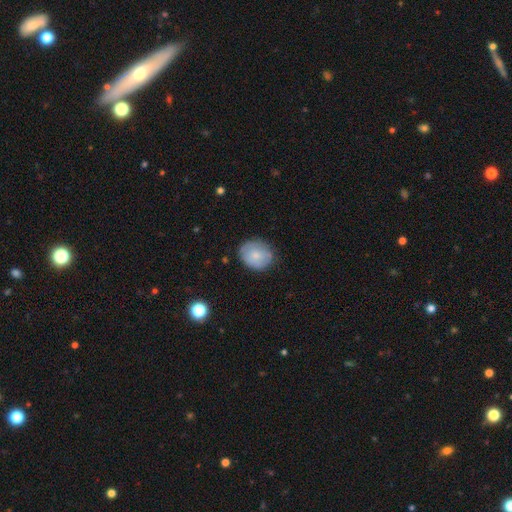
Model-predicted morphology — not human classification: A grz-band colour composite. It shows a smooth galaxy with no disk features (74%) that is round (61%). Merging: none (77%).